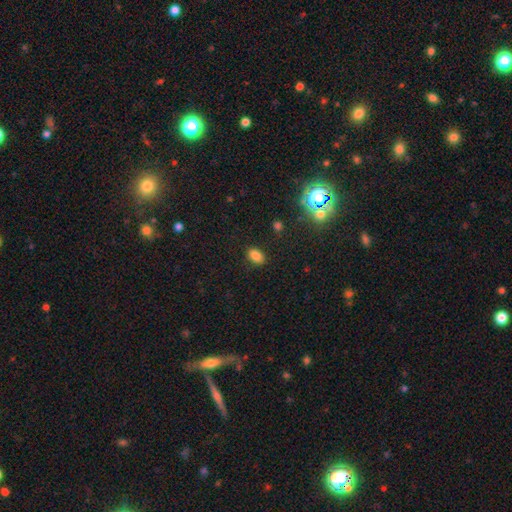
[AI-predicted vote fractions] smooth 82%, star or artifact 13%, featured or disk 5%. Down the decision tree: how rounded — in between (87%); merging — none (86%).